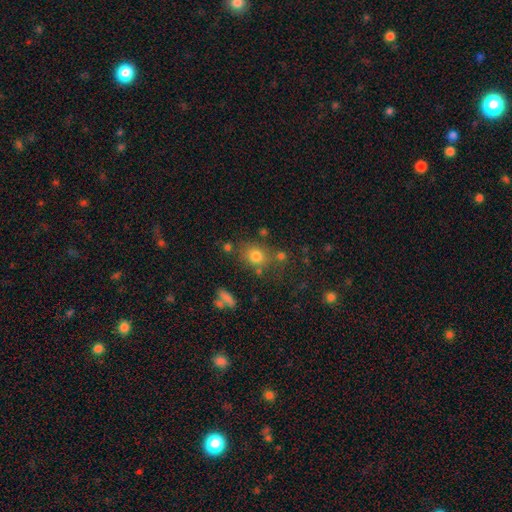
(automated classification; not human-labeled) Morphology: type=smooth (75%); roundness=round (58%); merging=none (67%).